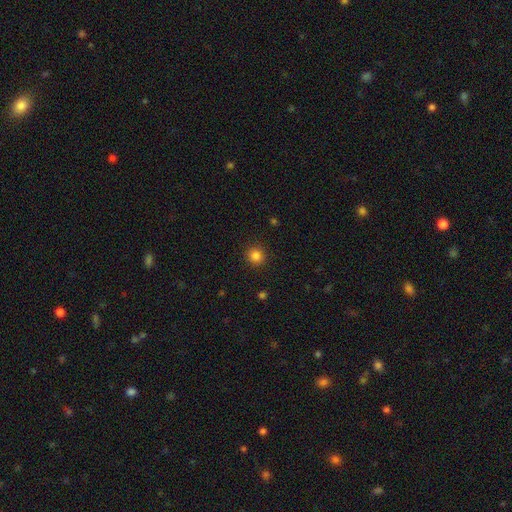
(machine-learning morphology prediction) Smooth or featured: smooth — 84% (star or artifact — 12%)
How rounded: round — 93% (in between — 6%)
Merging: none — 92% (minor disturbance — 5%)